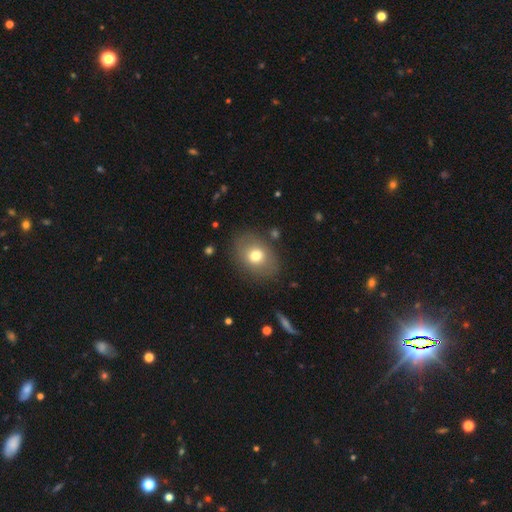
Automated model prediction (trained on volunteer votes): A smooth galaxy with no disk features (72%) that is in between round and cigar-shaped (59%). Merging: none (82%).